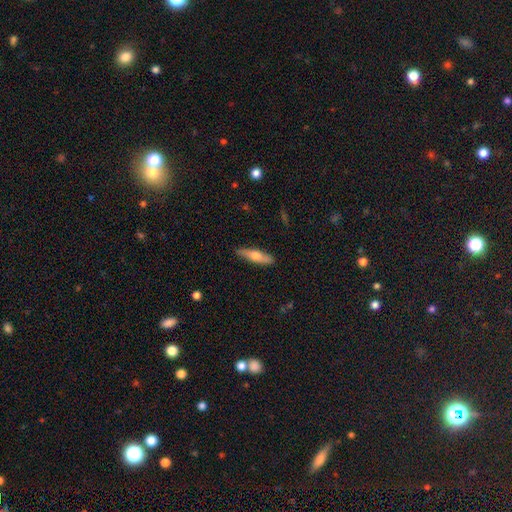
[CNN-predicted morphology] This appears to be a smooth galaxy with no disk features (55%) that is cigar-shaped (72%). Merging: none (86%).